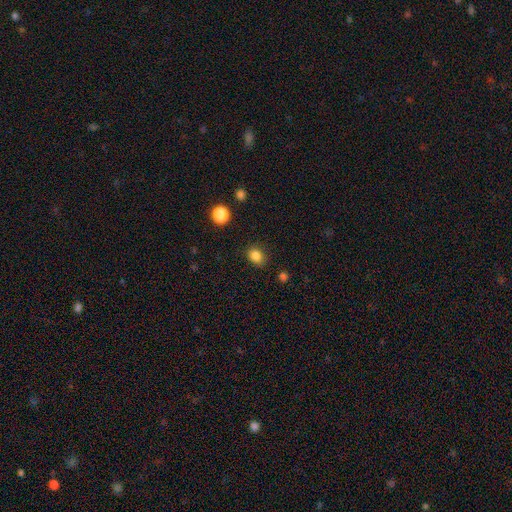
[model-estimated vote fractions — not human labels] smooth-or-featured: smooth: 84% | star or artifact: 12% | featured or disk: 4%
  how-rounded: round: 52% | in between: 47% | cigar-shaped: 1%
  merging: none: 84% | minor disturbance: 12% | major disturbance: 3% | merger: 2%